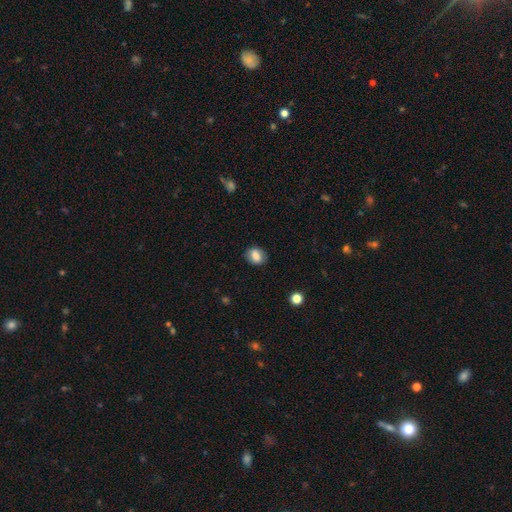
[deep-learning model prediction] Q: Smooth or featured?
A: smooth (78%); runner-up: featured or disk (14%)
Q: How rounded?
A: in between (64%); runner-up: round (34%)
Q: Merging?
A: none (81%); runner-up: minor disturbance (13%)